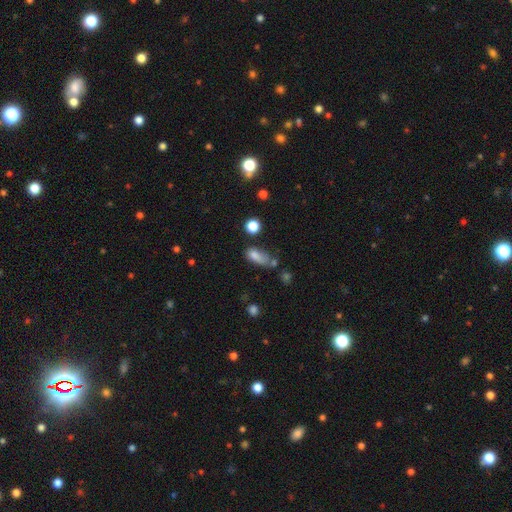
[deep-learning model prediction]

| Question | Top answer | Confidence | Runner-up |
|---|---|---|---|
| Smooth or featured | smooth | 75% | star or artifact (13%) |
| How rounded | in between | 78% | round (12%) |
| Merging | none | 33% | minor disturbance (26%) |